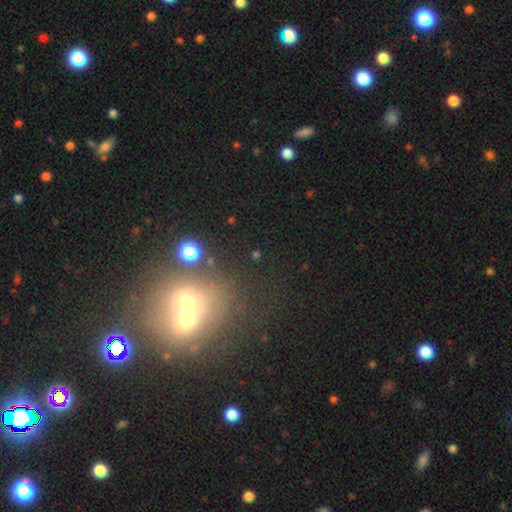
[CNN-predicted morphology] A smooth galaxy with no disk features (48%). Merging: none (48%).